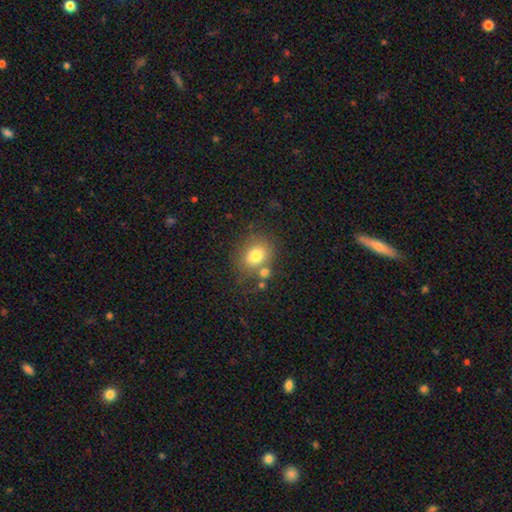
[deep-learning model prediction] smooth_or_featured: smooth (p=0.76) [alt: featured or disk p=0.13]
how_rounded: round (p=0.56) [alt: in between p=0.43]
merging: none (p=0.61) [alt: merger p=0.18]